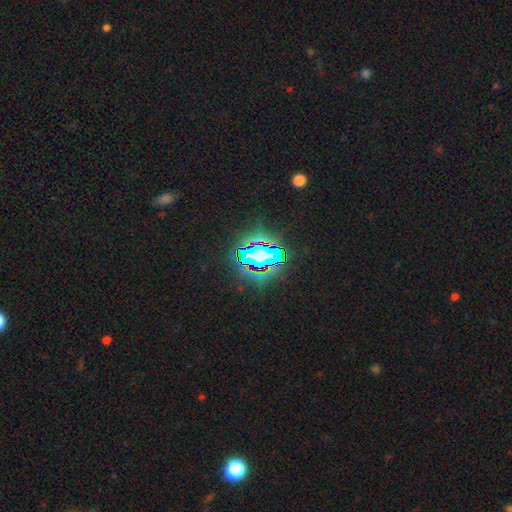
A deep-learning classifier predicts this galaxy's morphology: Smooth or featured?
  - star or artifact: 78% *
  - smooth: 13%
  - featured or disk: 10%